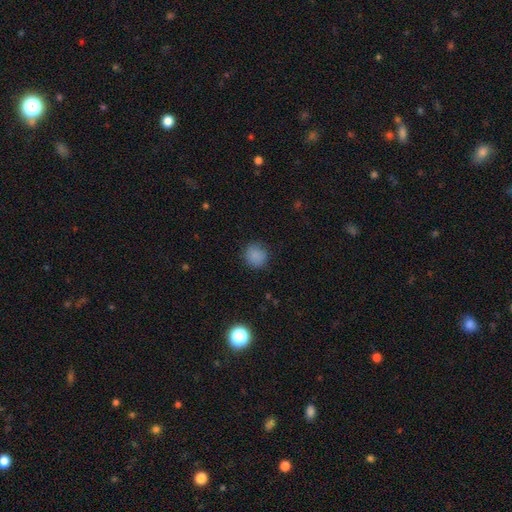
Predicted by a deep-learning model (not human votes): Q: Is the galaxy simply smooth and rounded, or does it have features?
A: smooth — 86%.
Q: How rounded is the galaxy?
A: round — 90%.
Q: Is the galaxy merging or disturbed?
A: none — 87%.